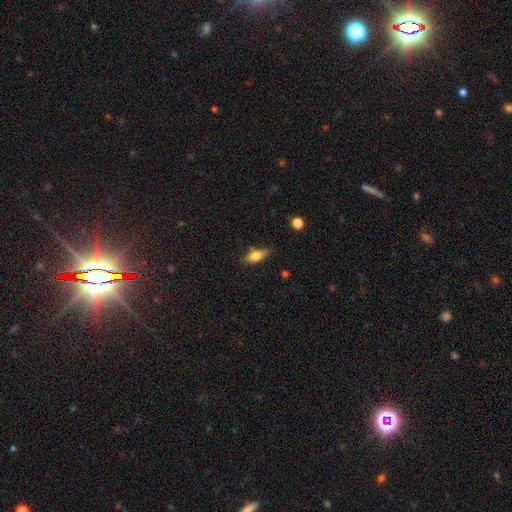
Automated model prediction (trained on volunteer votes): Smooth or featured?
  - smooth: 68% *
  - featured or disk: 25%
  - star or artifact: 8%
How rounded?
  - in between: 71% *
  - cigar-shaped: 25%
  - round: 4%
Merging?
  - none: 72% *
  - minor disturbance: 20%
  - major disturbance: 4%
  - merger: 4%